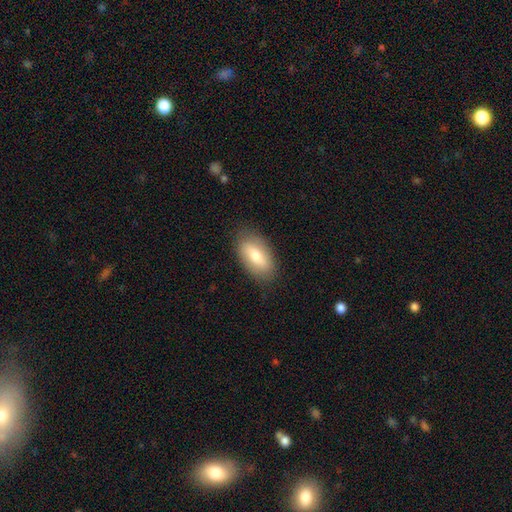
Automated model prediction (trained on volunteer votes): The model was most divided on "smooth or featured": smooth: 72%, featured or disk: 22%, star or artifact: 6%. More confident: how rounded — in between (91%); merging — none (84%).